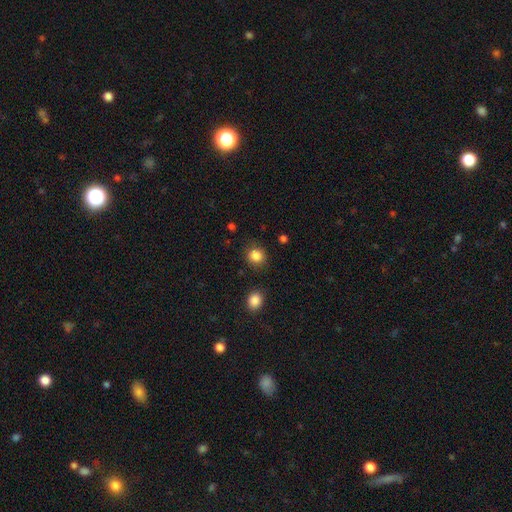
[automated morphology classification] Smooth or featured? Predicted: smooth (p=0.86). How rounded? Predicted: round (p=0.84). Merging? Predicted: none (p=0.85).